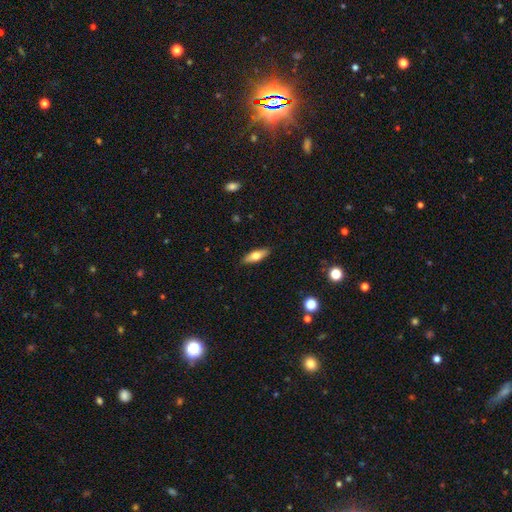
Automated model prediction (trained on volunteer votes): This appears to be a smooth galaxy with no disk features (65%) that is in between round and cigar-shaped (58%). Merging: none (89%).